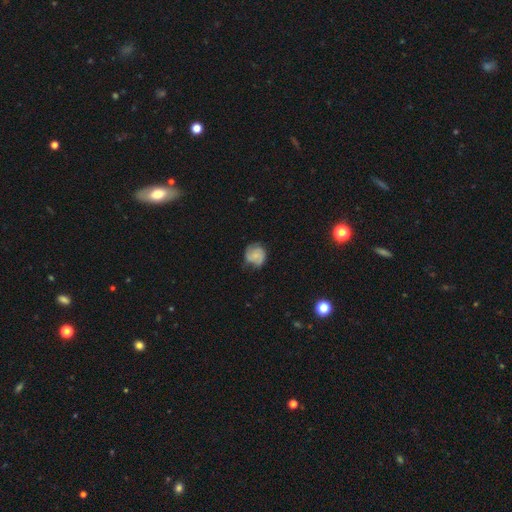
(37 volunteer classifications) Smooth or featured? smooth (51%)
How rounded? round (63%)
Merging? none (46%)